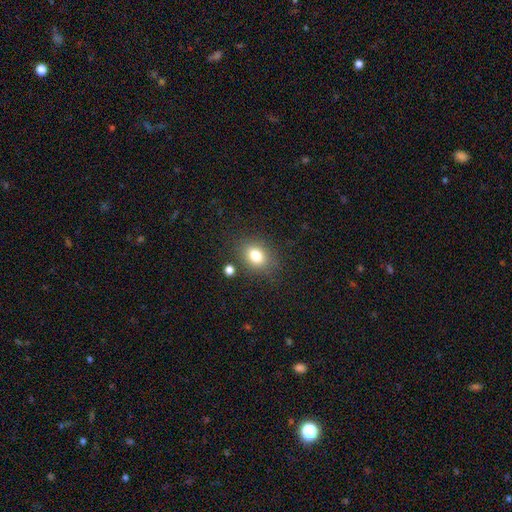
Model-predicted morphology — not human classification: Overall: smooth (80%). How rounded: in between (62%; round 36%). Merging: none (81%).